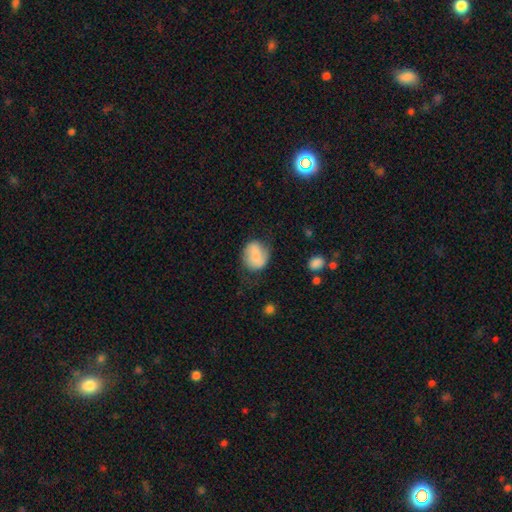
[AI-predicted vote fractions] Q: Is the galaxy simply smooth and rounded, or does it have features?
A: smooth — 72%.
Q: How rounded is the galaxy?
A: round — 66%.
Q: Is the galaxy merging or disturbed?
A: none — 65%.